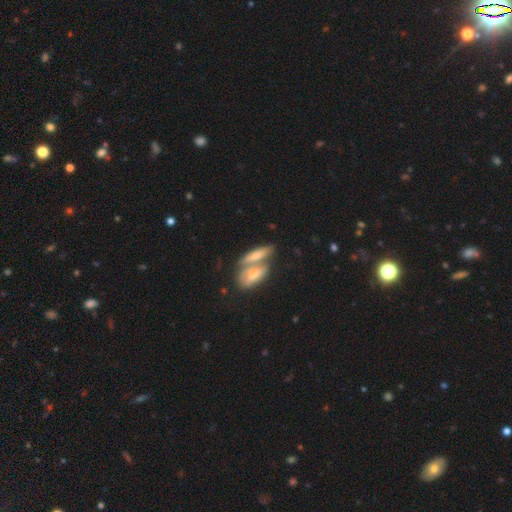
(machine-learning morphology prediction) A smooth galaxy with no disk features (61%) that is in between round and cigar-shaped (58%).

Vote fractions:
- Smooth or featured? smooth: 61% / featured or disk: 33% / star or artifact: 6%
- How rounded? in between: 58% / cigar-shaped: 38% / round: 4%
- Merging? merger: 57% / none: 31% / minor disturbance: 8% / major disturbance: 3%